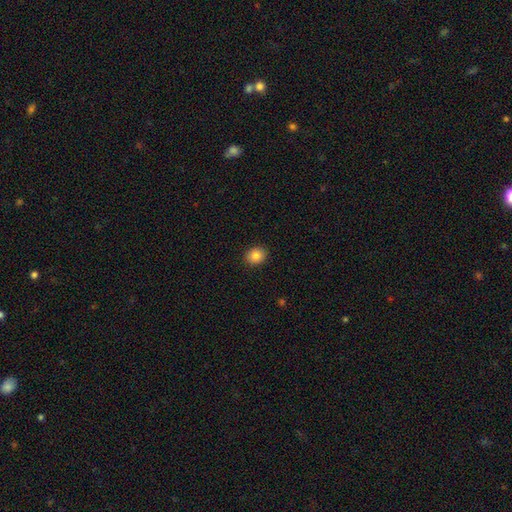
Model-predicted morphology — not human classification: This appears to be a smooth galaxy with no disk features (85%) that is round (60%). Merging: none (90%).